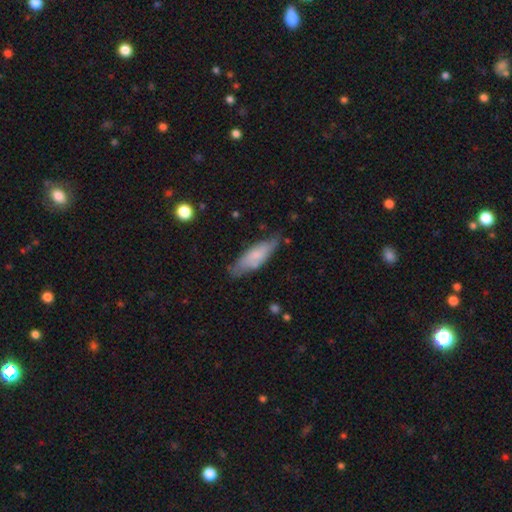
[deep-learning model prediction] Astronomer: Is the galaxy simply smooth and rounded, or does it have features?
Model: smooth — 68%.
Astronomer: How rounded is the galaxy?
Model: in between — 50% (runner-up: cigar-shaped, 48%).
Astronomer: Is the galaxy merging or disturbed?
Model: none — 64%.